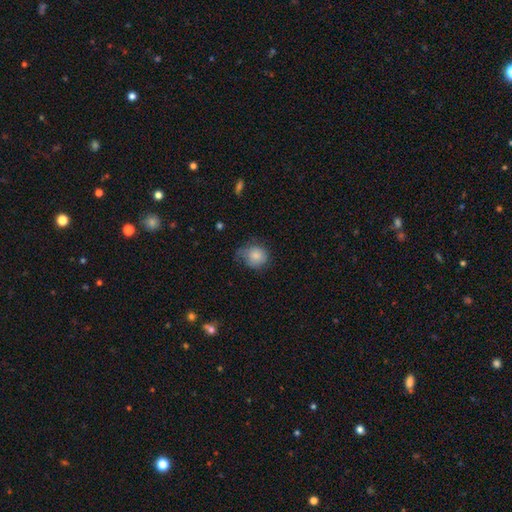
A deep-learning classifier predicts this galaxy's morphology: Smooth or featured?
  - smooth: 81% *
  - featured or disk: 11%
  - star or artifact: 8%
How rounded?
  - round: 79% *
  - in between: 21%
  - cigar-shaped: 1%
Merging?
  - none: 46% *
  - minor disturbance: 37%
  - major disturbance: 16%
  - merger: 2%